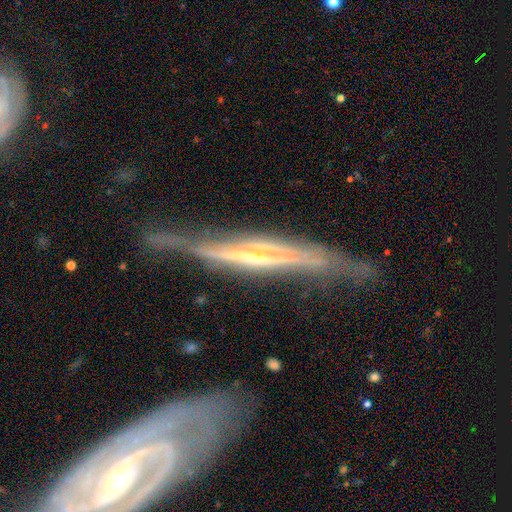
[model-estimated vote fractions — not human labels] A featured or disk galaxy (84%) viewed edge-on (93%) with a rounded central bulge (43%). Merging: none (69%).